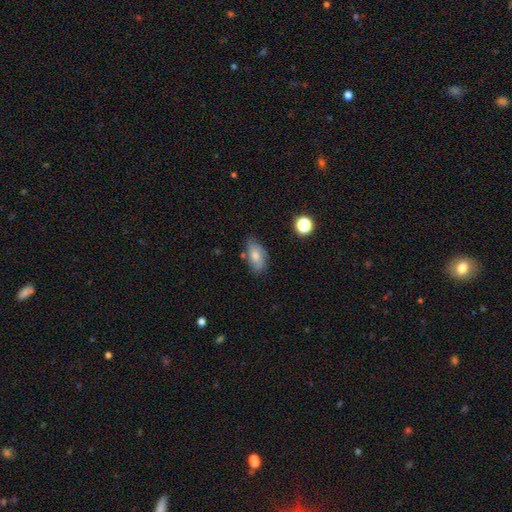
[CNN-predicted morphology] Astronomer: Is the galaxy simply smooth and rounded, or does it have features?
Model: smooth — 65%.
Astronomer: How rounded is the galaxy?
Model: in between — 88%.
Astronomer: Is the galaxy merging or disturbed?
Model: none — 61%.